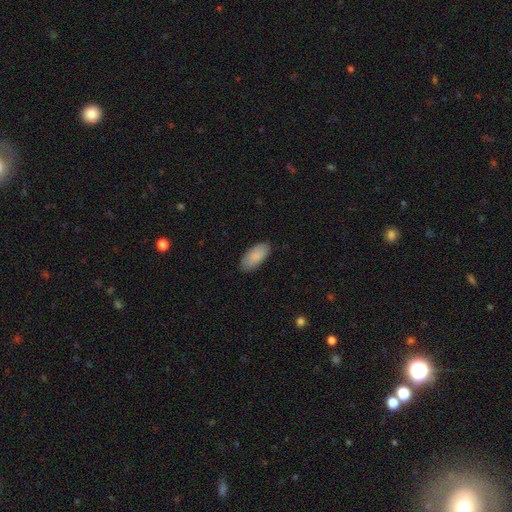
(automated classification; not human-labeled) A smooth galaxy with no disk features (88%) that is in between round and cigar-shaped (91%). Merging: none (84%).